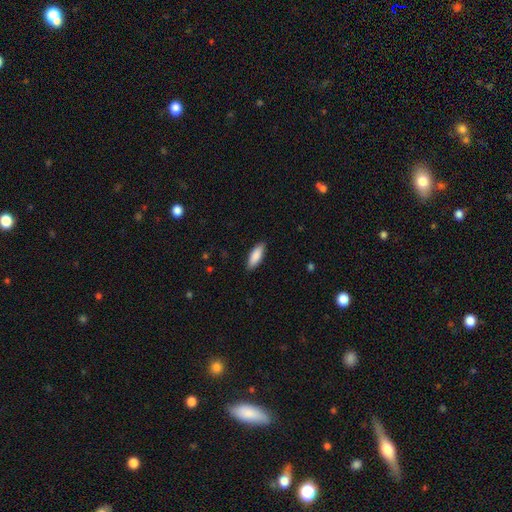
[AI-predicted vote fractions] Smooth or featured: smooth — 87% (featured or disk — 8%)
How rounded: in between — 66% (cigar-shaped — 32%)
Merging: none — 88% (minor disturbance — 9%)